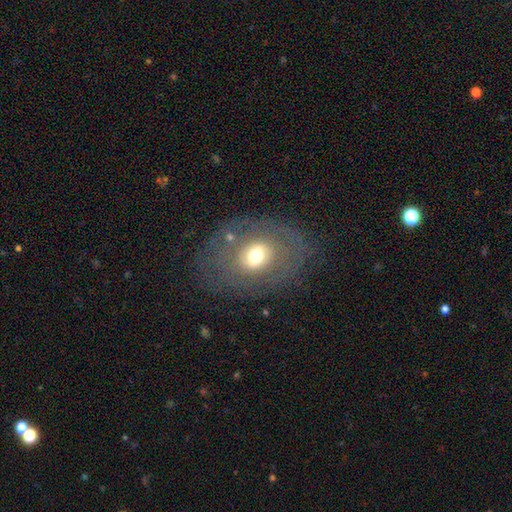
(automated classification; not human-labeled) Morphology: type=smooth (45%); merging=none (72%).